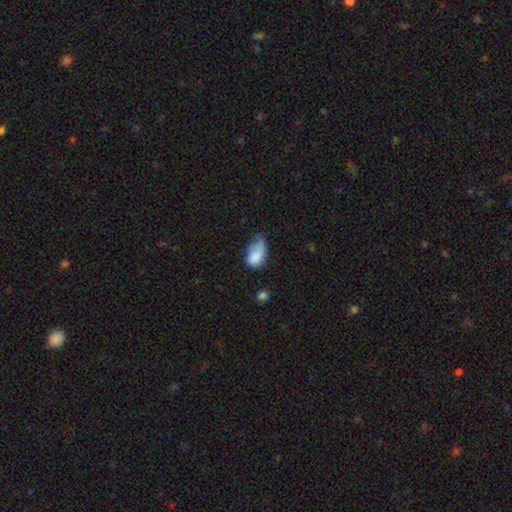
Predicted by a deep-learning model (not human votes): Morphology: type=smooth (80%); roundness=in between (90%); merging=minor disturbance (46%).